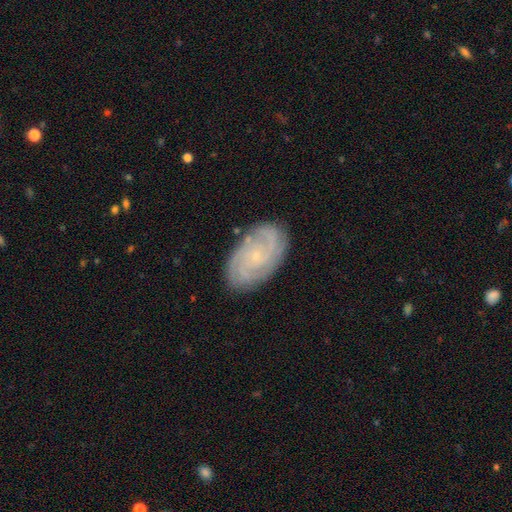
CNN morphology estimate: Smooth or featured: featured or disk — 77% (smooth — 15%)
Edge-on disk: no — 96% (yes — 4%)
Bar: no — 75% (weak — 21%)
Spiral arms: yes — 96% (no — 4%)
Spiral winding: tight — 68% (medium — 26%)
Spiral arm count: can't tell — 28% (3 — 21%)
Bulge size: small — 81% (moderate — 12%)
Merging: none — 83% (minor disturbance — 13%)